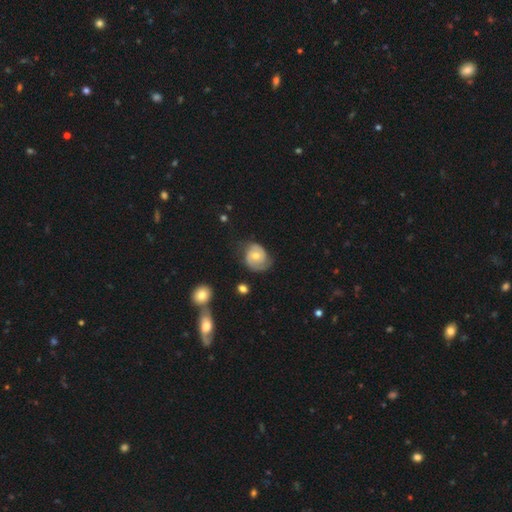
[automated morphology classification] featured or disk 68%, smooth 25%, star or artifact 6%. Down the decision tree: edge-on disk — no (97%); bar — no (66%); spiral arms — yes (88%); spiral arm count — 2 (75%); spiral winding — tight (47%); bulge size — moderate (63%); merging — none (62%).